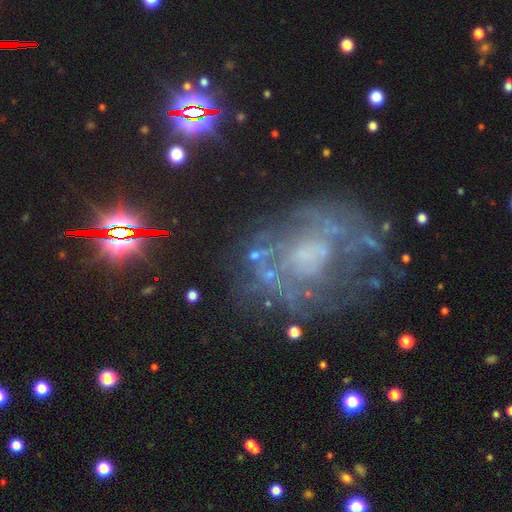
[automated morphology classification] smooth_or_featured: featured or disk (p=0.69) [alt: star or artifact p=0.18]
disk_edge_on: no (p=0.97) [alt: yes p=0.03]
bar: no (p=0.76) [alt: weak p=0.18]
has_spiral_arms: yes (p=0.59) [alt: no p=0.41]
bulge_size: none (p=0.44) [alt: moderate p=0.22]
merging: none (p=0.59) [alt: major disturbance p=0.20]